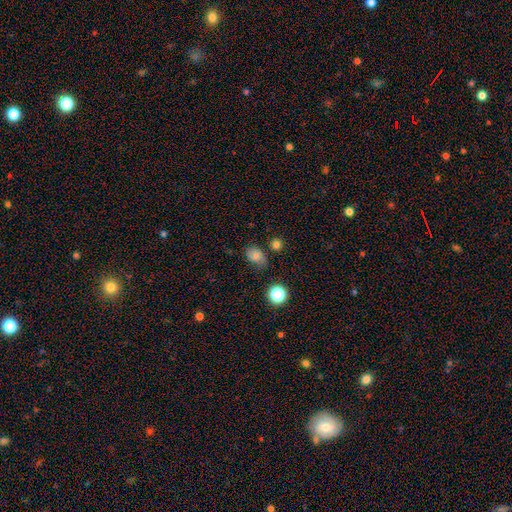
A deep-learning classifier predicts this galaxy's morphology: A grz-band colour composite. It shows a smooth galaxy with no disk features (75%) that is in between round and cigar-shaped (67%). Merging: none (66%).